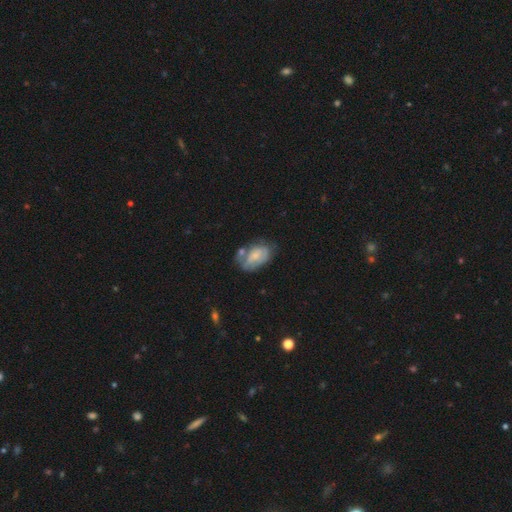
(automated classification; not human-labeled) Smooth or featured?
  - smooth: 51% *
  - featured or disk: 41%
  - star or artifact: 7%
How rounded?
  - in between: 90% *
  - round: 7%
  - cigar-shaped: 2%
Merging?
  - none: 38% *
  - minor disturbance: 28%
  - merger: 19%
  - major disturbance: 15%